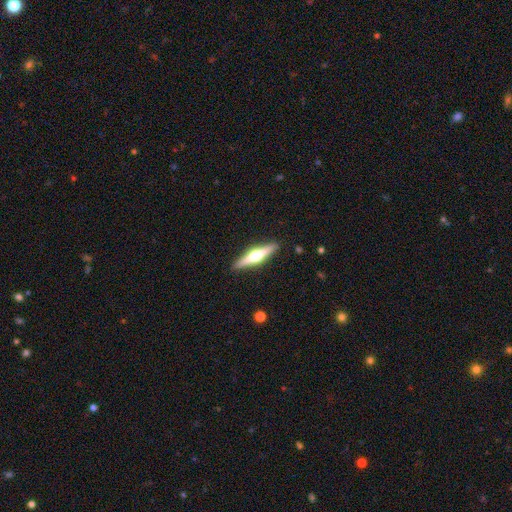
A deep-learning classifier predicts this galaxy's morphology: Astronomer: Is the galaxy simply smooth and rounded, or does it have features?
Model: featured or disk — 70%.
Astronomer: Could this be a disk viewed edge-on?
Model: yes — 97%.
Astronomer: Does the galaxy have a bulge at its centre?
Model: rounded — 95%.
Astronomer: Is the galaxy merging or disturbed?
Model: none — 91%.